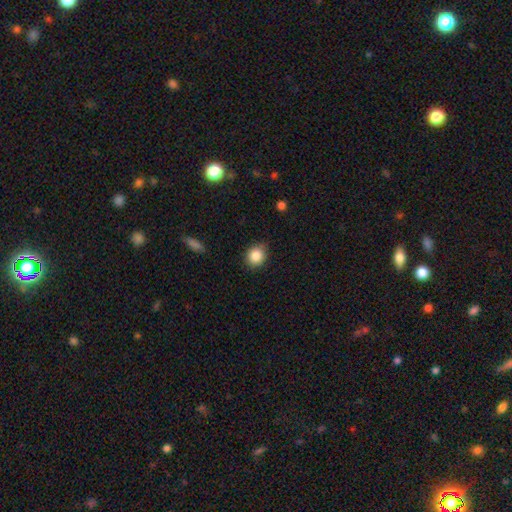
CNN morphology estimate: Smooth or featured?
  - smooth: 86% *
  - star or artifact: 9%
  - featured or disk: 5%
How rounded?
  - round: 76% *
  - in between: 23%
  - cigar-shaped: 1%
Merging?
  - none: 81% *
  - minor disturbance: 15%
  - major disturbance: 3%
  - merger: 1%